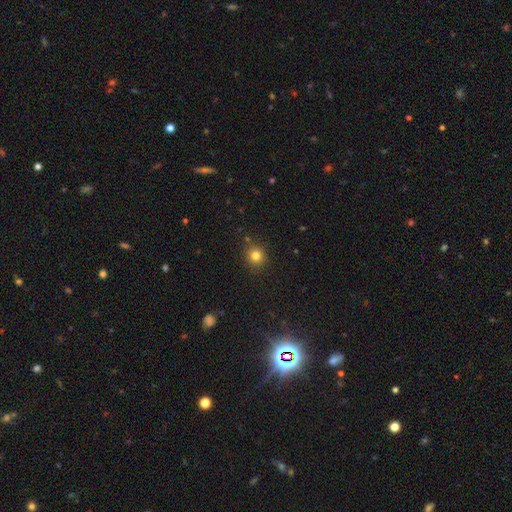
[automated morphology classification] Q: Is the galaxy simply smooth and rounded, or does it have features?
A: smooth — 81%.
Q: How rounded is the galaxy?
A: round — 90%.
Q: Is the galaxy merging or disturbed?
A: none — 88%.